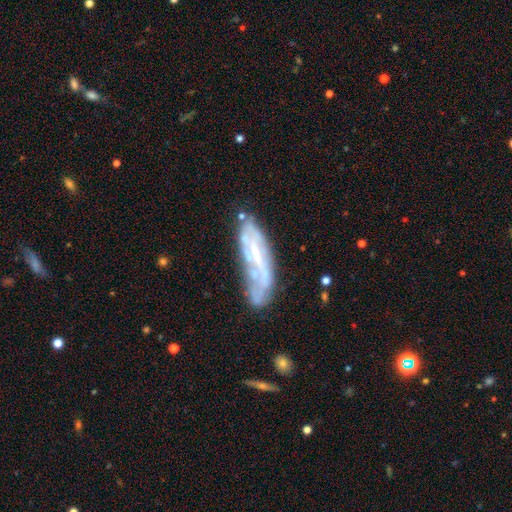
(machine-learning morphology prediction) This is likely a featured or disk galaxy (70%). It is likely not viewed edge-on (75%). Bar: marginally no (44%). Spiral arm pattern: likely yes (69%). Central bulge: possibly small (54%). Merging: possibly none (57%).